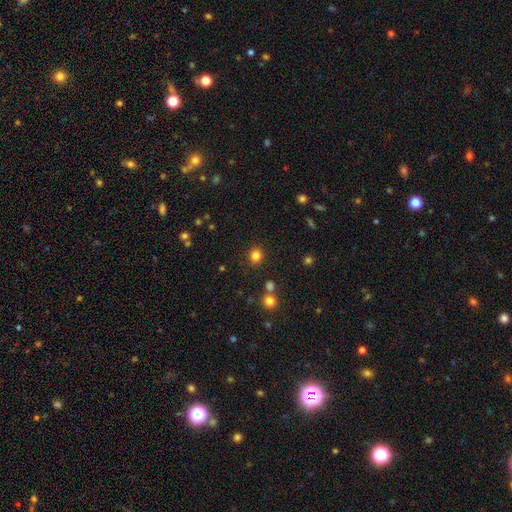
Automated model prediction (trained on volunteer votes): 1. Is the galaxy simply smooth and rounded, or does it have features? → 82% smooth, 13% star or artifact, 4% featured or disk.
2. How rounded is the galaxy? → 85% round, 14% in between, 1% cigar-shaped.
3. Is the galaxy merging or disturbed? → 88% none, 7% minor disturbance, 3% merger, 3% major disturbance.